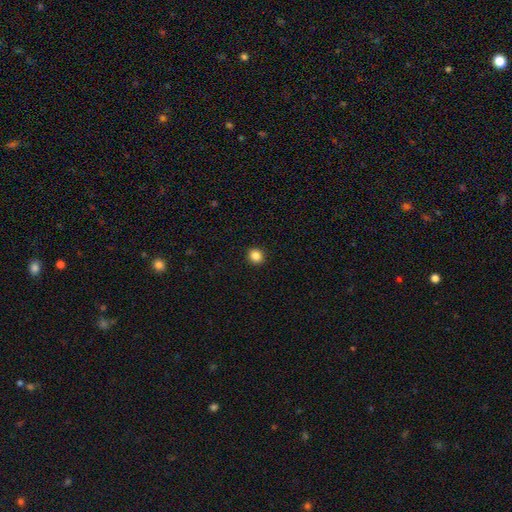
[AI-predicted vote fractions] A smooth galaxy with no disk features (85%) that is round (85%). Merging: none (93%).